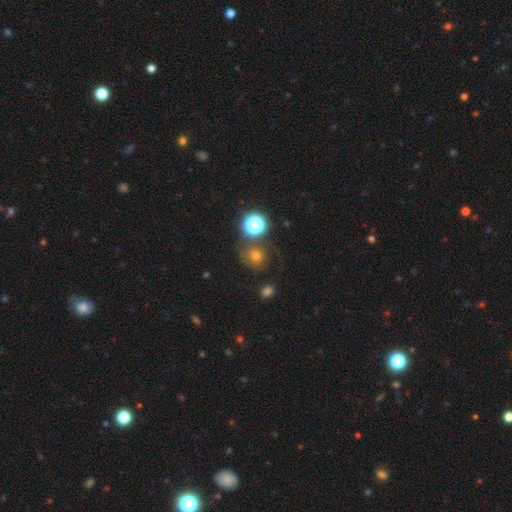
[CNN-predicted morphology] Smooth or featured? smooth (65%)
How rounded? round (88%)
Merging? none (74%)